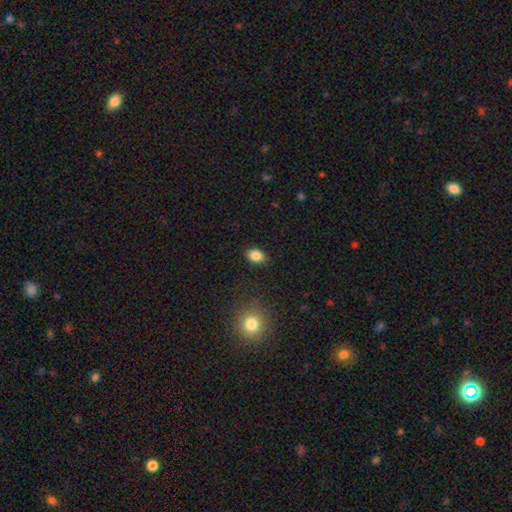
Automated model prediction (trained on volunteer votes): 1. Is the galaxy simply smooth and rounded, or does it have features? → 85% smooth, 10% star or artifact, 5% featured or disk.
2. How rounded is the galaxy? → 81% in between, 18% round, 1% cigar-shaped.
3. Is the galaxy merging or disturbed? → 87% none, 10% minor disturbance, 2% major disturbance, 1% merger.